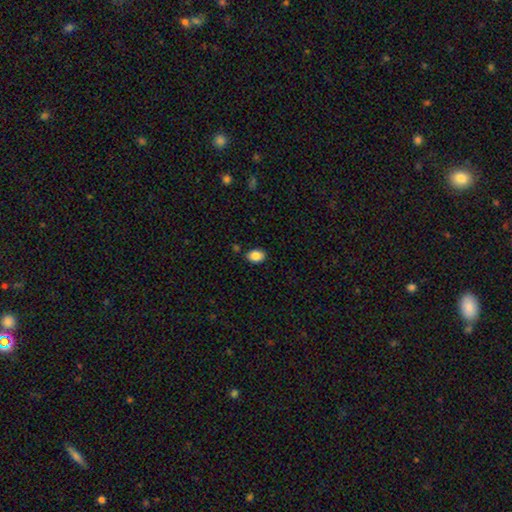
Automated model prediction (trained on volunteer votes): A smooth galaxy with no disk features (86%) that is in between round and cigar-shaped (71%). Merging: none (86%).